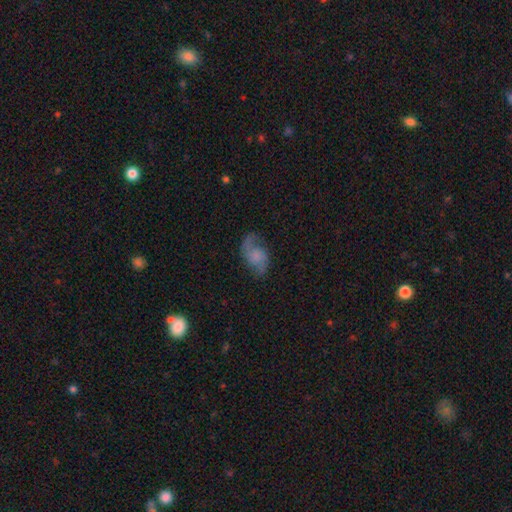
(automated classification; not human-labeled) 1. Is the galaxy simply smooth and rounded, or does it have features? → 71% featured or disk, 21% smooth, 8% star or artifact.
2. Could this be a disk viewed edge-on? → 97% no, 3% yes.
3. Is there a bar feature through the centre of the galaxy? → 63% no, 32% weak, 5% strong.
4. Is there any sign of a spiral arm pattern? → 93% yes, 7% no.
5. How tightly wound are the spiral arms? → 56% loose, 35% medium, 9% tight.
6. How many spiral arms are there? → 85% 2, 8% 1, 4% can't tell, 1% 3, 1% 4, 1% more than 4.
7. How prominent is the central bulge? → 38% none, 28% small, 22% moderate, 9% large, 2% dominant.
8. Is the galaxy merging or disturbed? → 67% none, 19% minor disturbance, 12% major disturbance, 2% merger.